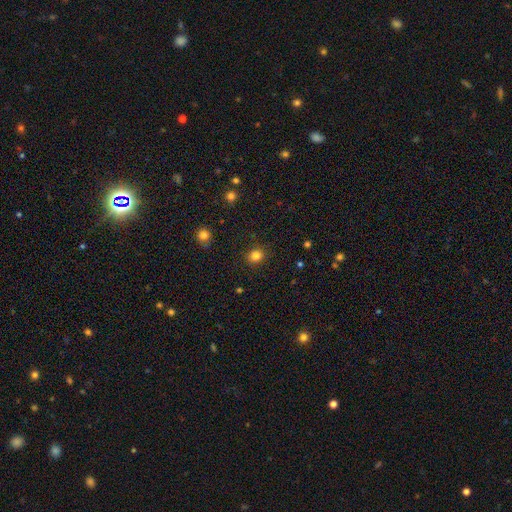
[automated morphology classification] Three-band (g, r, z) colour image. It shows a smooth galaxy with no disk features (83%) that is round (75%). Merging: none (88%).